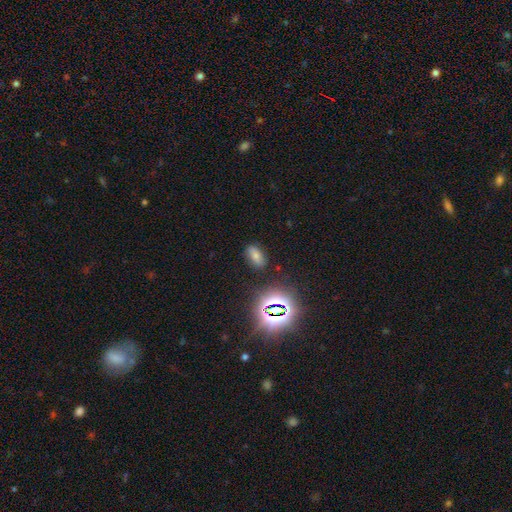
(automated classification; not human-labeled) Smooth or featured?
  - smooth: 46% *
  - star or artifact: 39%
  - featured or disk: 16%
Merging?
  - none: 83% *
  - minor disturbance: 11%
  - major disturbance: 3%
  - merger: 3%